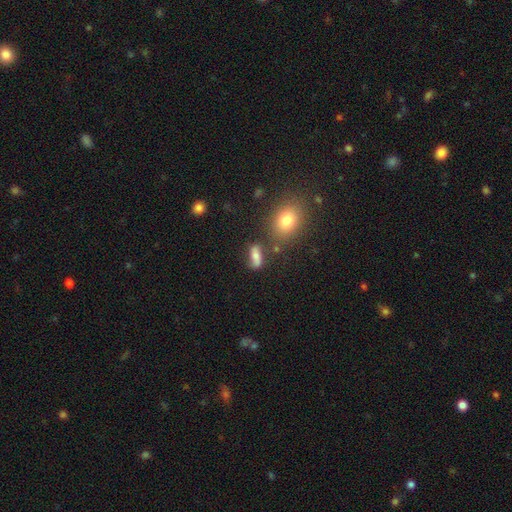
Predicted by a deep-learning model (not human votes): Q: Smooth or featured?
A: smooth (65%); runner-up: featured or disk (22%)
Q: How rounded?
A: in between (70%); runner-up: cigar-shaped (19%)
Q: Merging?
A: none (60%); runner-up: minor disturbance (20%)